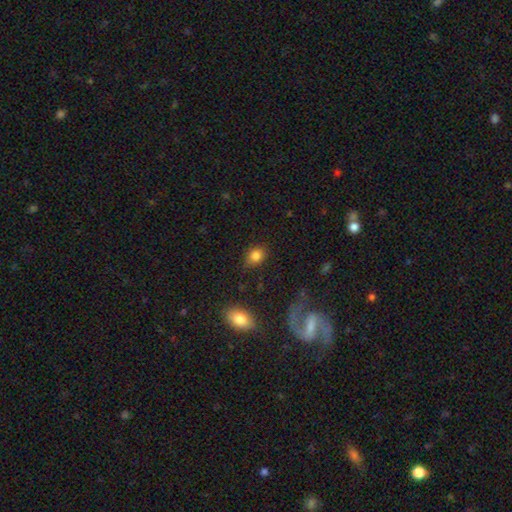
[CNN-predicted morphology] Smooth or featured? Predicted: smooth (p=0.83). How rounded? Predicted: round (p=0.52). Merging? Predicted: none (p=0.69).